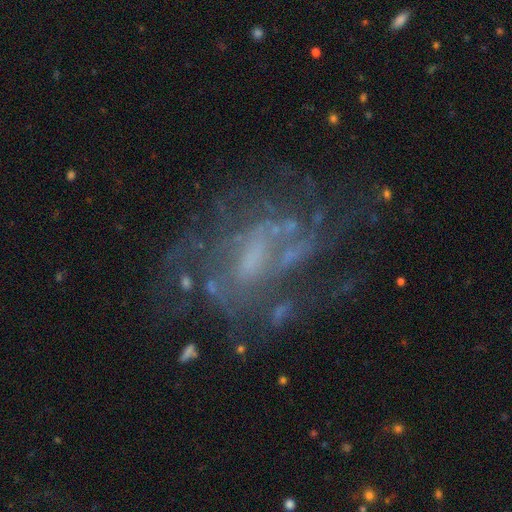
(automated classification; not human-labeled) Smooth or featured? Predicted: featured or disk (p=0.74). Edge-on disk? Predicted: no (p=0.96). Bar? Predicted: no (p=0.49). Spiral arms? Predicted: yes (p=0.59). Bulge size? Predicted: none (p=0.37). Merging? Predicted: none (p=0.49).